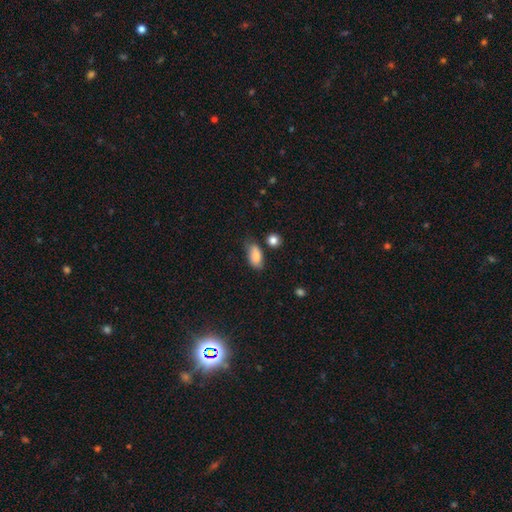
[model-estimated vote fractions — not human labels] A smooth galaxy with no disk features (84%) that is in between round and cigar-shaped (89%).

Vote fractions:
- Smooth or featured? smooth: 84% / featured or disk: 9% / star or artifact: 8%
- How rounded? in between: 89% / round: 6% / cigar-shaped: 5%
- Merging? none: 59% / minor disturbance: 28% / major disturbance: 7% / merger: 5%